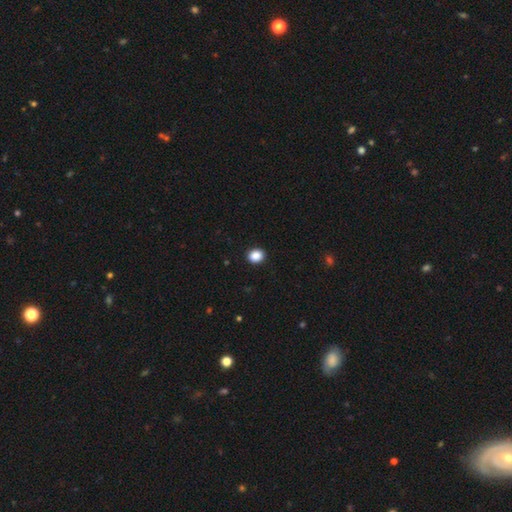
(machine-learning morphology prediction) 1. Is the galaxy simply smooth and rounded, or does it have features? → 88% smooth, 9% star or artifact, 3% featured or disk.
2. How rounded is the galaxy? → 65% round, 34% in between, 1% cigar-shaped.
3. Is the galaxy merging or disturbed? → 92% none, 5% minor disturbance, 2% major disturbance, 1% merger.